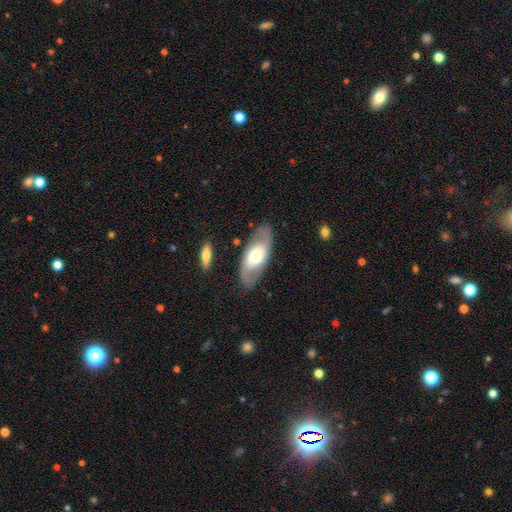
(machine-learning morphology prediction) Smooth or featured?
  - featured or disk: 64% *
  - smooth: 31%
  - star or artifact: 5%
Edge-on disk?
  - no: 88% *
  - yes: 12%
Bar?
  - no: 60% *
  - weak: 26%
  - strong: 14%
Spiral arms?
  - yes: 68% *
  - no: 32%
Bulge size?
  - moderate: 53% *
  - small: 22%
  - large: 20%
  - dominant: 3%
  - none: 1%
Merging?
  - none: 81% *
  - minor disturbance: 12%
  - major disturbance: 5%
  - merger: 2%